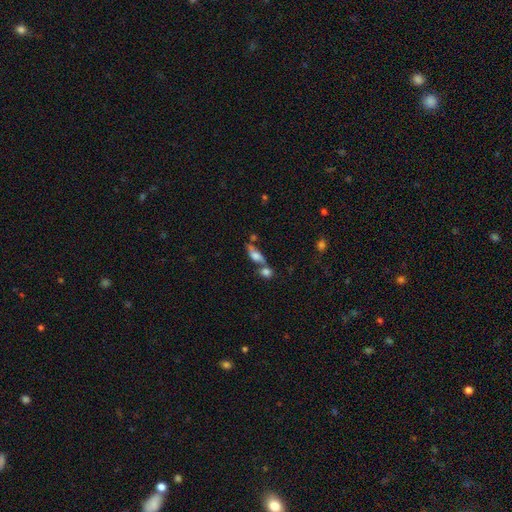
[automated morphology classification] Q: Smooth or featured?
A: smooth (47%); runner-up: featured or disk (41%)
Q: Merging?
A: none (41%); runner-up: merger (40%)